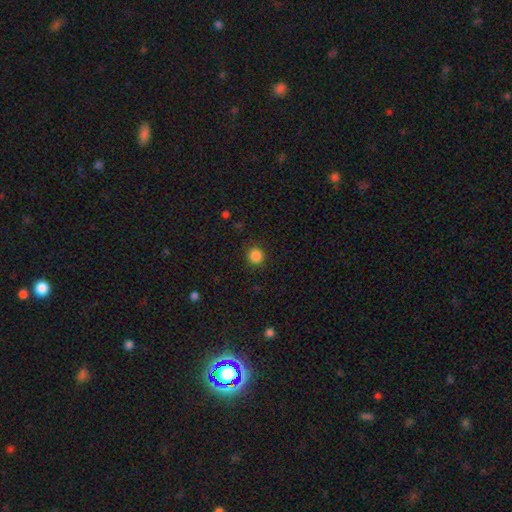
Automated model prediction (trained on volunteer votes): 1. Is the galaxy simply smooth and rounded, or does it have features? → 86% smooth, 11% star or artifact, 3% featured or disk.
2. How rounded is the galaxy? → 91% round, 8% in between, 1% cigar-shaped.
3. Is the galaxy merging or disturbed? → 89% none, 7% minor disturbance, 3% major disturbance, 1% merger.